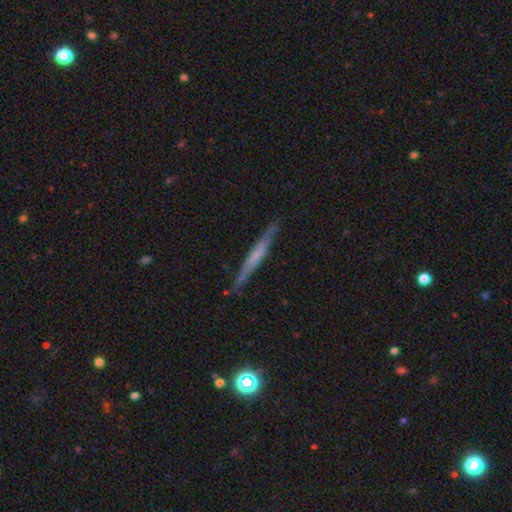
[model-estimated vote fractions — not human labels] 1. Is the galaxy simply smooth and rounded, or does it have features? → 54% featured or disk, 40% smooth, 7% star or artifact.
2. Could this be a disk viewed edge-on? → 95% yes, 5% no.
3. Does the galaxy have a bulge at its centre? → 64% none, 19% rounded, 17% boxy.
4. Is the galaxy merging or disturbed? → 86% none, 11% minor disturbance, 2% major disturbance, 2% merger.